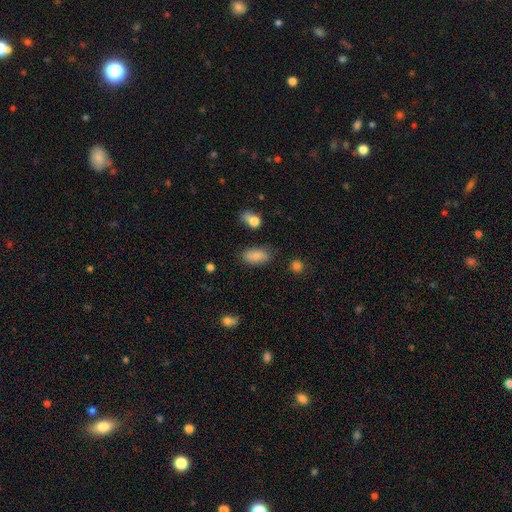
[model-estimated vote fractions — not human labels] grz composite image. It shows a smooth galaxy with no disk features (83%) that is in between round and cigar-shaped (91%). Merging: none (77%).